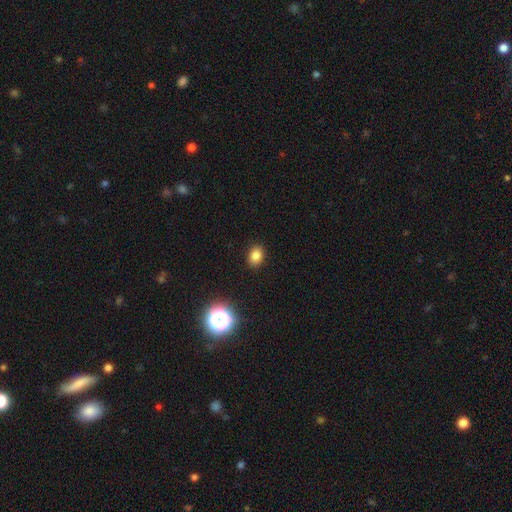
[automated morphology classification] smooth 81%, star or artifact 14%, featured or disk 5%. Down the decision tree: how rounded — in between (65%); merging — none (89%).